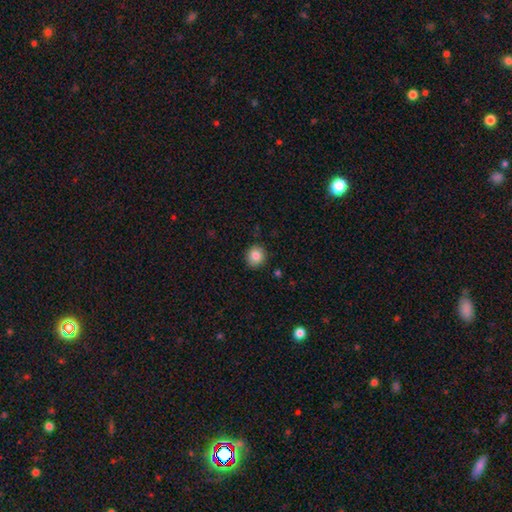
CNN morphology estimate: A smooth galaxy with no disk features (85%) that is round (85%). Merging: none (88%).